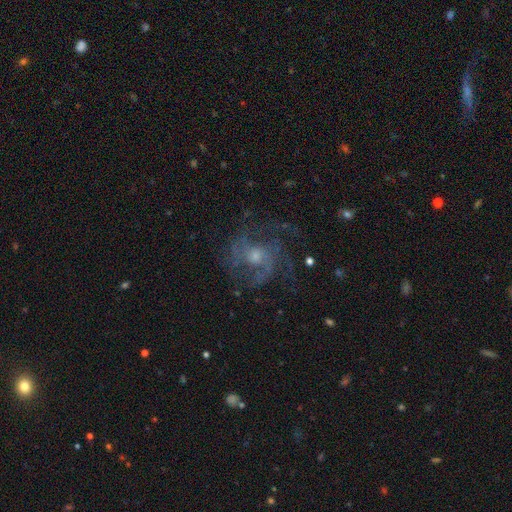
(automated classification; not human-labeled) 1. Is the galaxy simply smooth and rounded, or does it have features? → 78% featured or disk, 11% smooth, 11% star or artifact.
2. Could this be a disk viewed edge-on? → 97% no, 3% yes.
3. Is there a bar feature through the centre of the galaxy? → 68% no, 28% weak, 4% strong.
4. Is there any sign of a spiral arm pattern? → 90% yes, 10% no.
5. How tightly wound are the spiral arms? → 49% medium, 27% tight, 23% loose.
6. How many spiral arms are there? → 31% 3, 25% can't tell, 20% 2, 12% 4, 6% 1, 6% more than 4.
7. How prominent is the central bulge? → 48% moderate, 43% small, 4% large, 4% none, 1% dominant.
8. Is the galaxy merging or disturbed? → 64% none, 18% major disturbance, 17% minor disturbance, 2% merger.